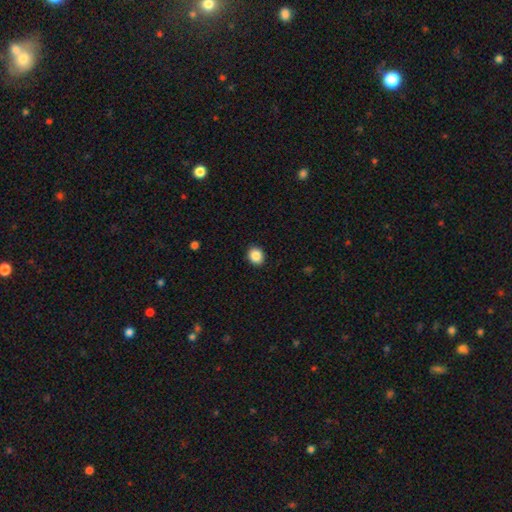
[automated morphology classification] Smooth or featured? smooth (88%)
How rounded? round (68%)
Merging? none (92%)